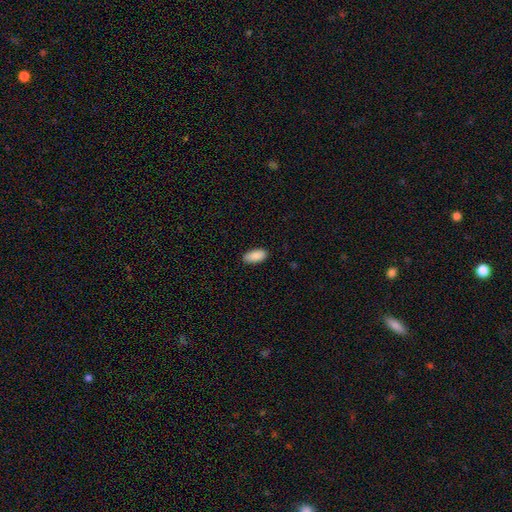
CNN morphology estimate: smooth 90%, star or artifact 6%, featured or disk 3%. Down the decision tree: how rounded — in between (92%); merging — none (85%).